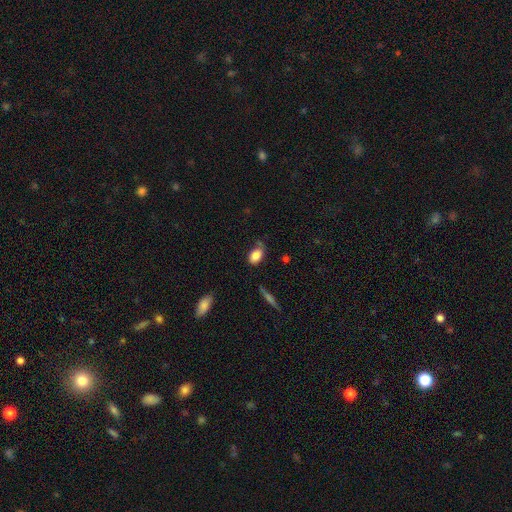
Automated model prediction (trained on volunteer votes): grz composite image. It shows a smooth galaxy with no disk features (83%) that is in between round and cigar-shaped (87%). Merging: none (59%).